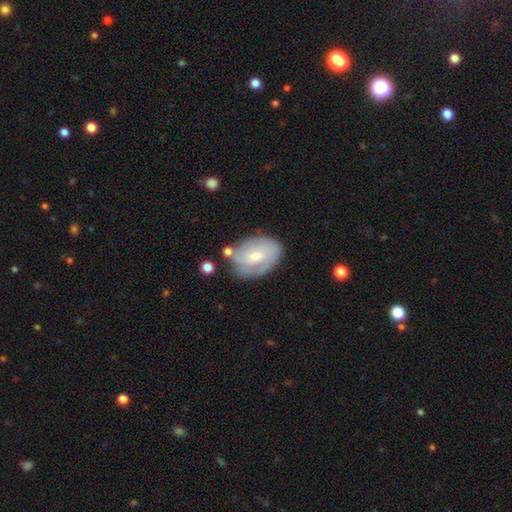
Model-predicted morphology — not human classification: The model was most divided on "bulge size": small: 51%, moderate: 44%, large: 2%, none: 2%, dominant: 1%. More confident: edge-on disk — no (95%); spiral arms — yes (66%); merging — none (64%); bar — no (58%); smooth or featured — featured or disk (54%).